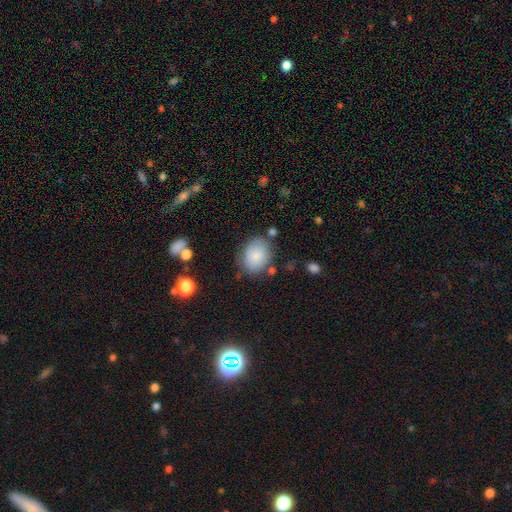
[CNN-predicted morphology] Smooth or featured?
  - smooth: 82% *
  - featured or disk: 10%
  - star or artifact: 8%
How rounded?
  - in between: 60% *
  - round: 39%
  - cigar-shaped: 1%
Merging?
  - none: 73% *
  - minor disturbance: 17%
  - major disturbance: 5%
  - merger: 5%